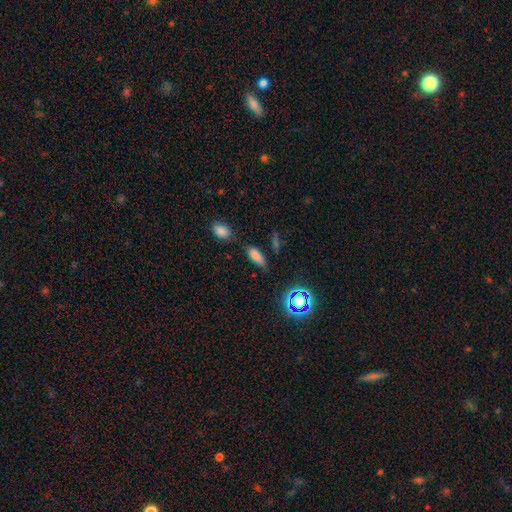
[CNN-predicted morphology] Q: Smooth or featured?
A: smooth (76%); runner-up: star or artifact (15%)
Q: How rounded?
A: in between (67%); runner-up: cigar-shaped (29%)
Q: Merging?
A: none (72%); runner-up: minor disturbance (17%)